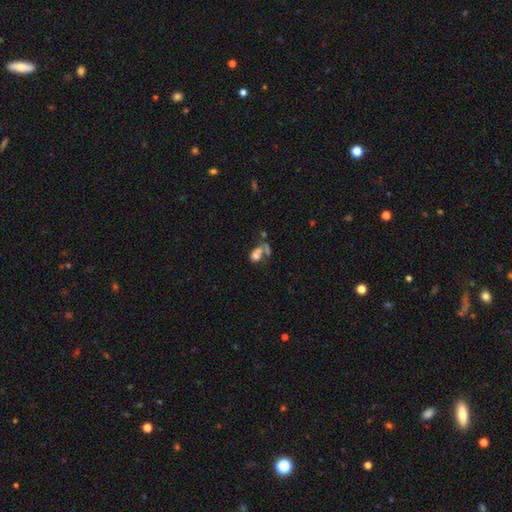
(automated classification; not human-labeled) The model was most divided on "how rounded": in between: 57%, round: 41%, cigar-shaped: 2%. More confident: smooth or featured — smooth (56%); merging — merger (53%).